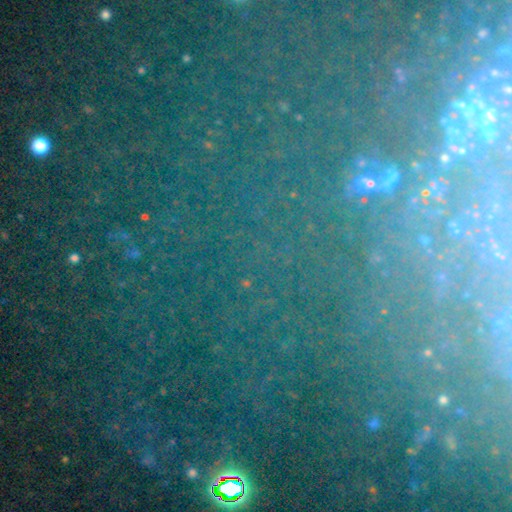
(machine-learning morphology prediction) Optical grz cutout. It shows a star or artifact, not a galaxy (65%).